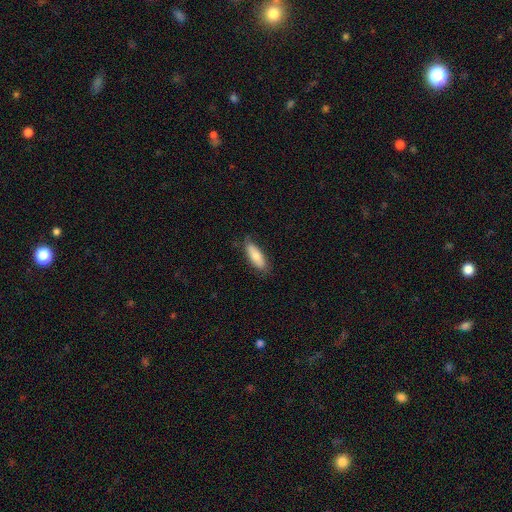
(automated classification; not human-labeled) smooth-or-featured: smooth: 78% | featured or disk: 16% | star or artifact: 6%
  how-rounded: in between: 64% | cigar-shaped: 34% | round: 2%
  merging: none: 76% | minor disturbance: 19% | major disturbance: 4% | merger: 1%